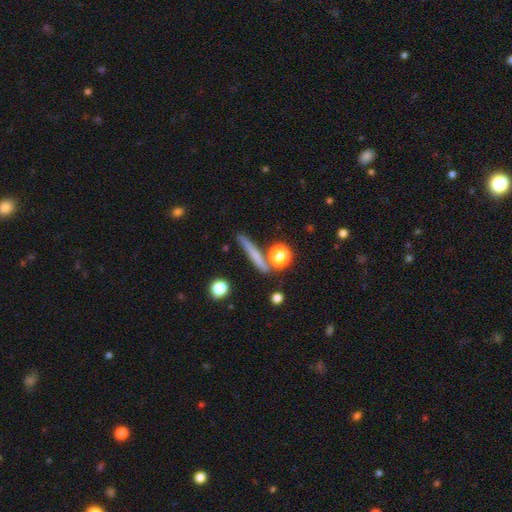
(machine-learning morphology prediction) Smooth or featured?
  - smooth: 61% *
  - featured or disk: 28%
  - star or artifact: 11%
How rounded?
  - cigar-shaped: 79% *
  - round: 13%
  - in between: 8%
Merging?
  - none: 78% *
  - minor disturbance: 10%
  - merger: 9%
  - major disturbance: 4%